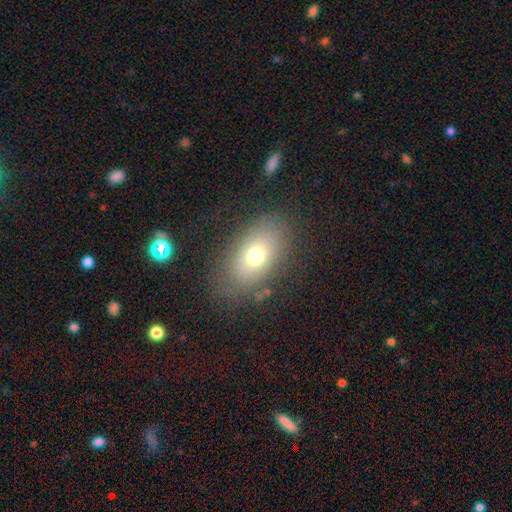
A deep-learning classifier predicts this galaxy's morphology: Smooth or featured? smooth (69%)
How rounded? in between (87%)
Merging? none (77%)